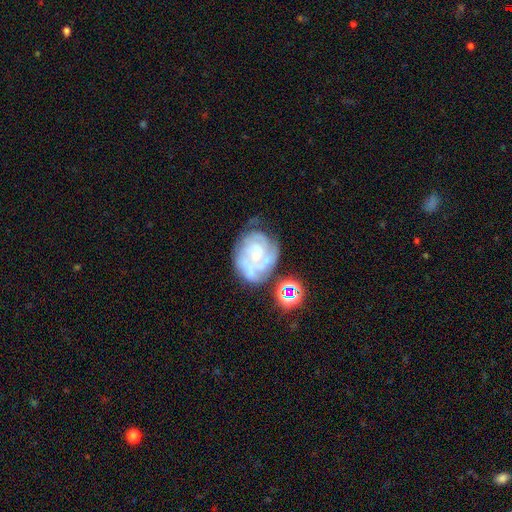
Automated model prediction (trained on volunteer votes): Smooth or featured? featured or disk (77%)
Edge-on disk? no (98%)
Bar? no (73%)
Spiral arms? yes (90%)
Spiral winding? tight (68%)
Spiral arm count? can't tell (38%)
Bulge size? small (64%)
Merging? none (52%)